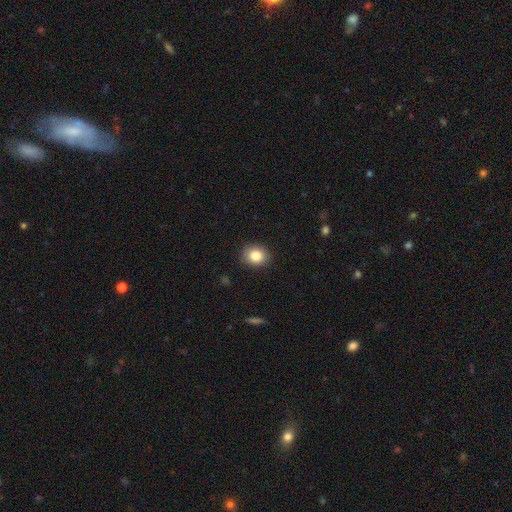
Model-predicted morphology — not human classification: Smooth or featured?
  - smooth: 85% *
  - star or artifact: 9%
  - featured or disk: 6%
How rounded?
  - round: 62% *
  - in between: 37%
  - cigar-shaped: 1%
Merging?
  - none: 89% *
  - minor disturbance: 8%
  - major disturbance: 2%
  - merger: 1%